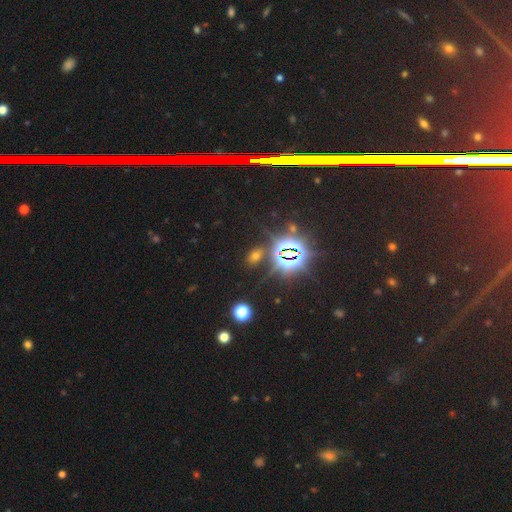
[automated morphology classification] A star or artifact, not a galaxy (51%).